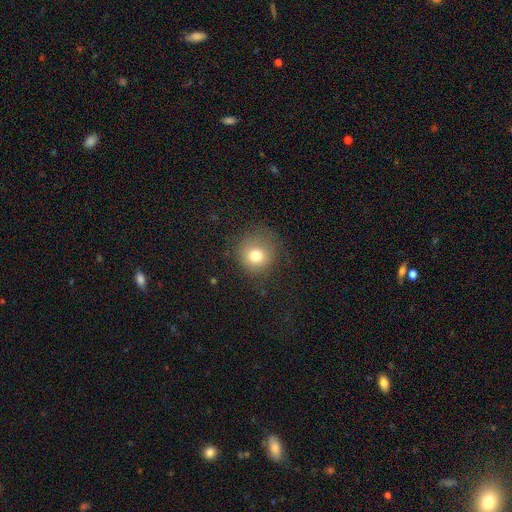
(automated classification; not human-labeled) This appears to be a smooth galaxy with no disk features (77%) that is round (89%). Merging: none (73%).